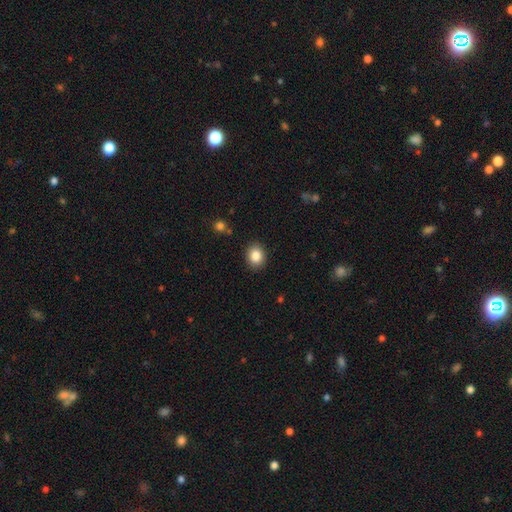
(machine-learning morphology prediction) Smooth or featured? smooth (85%)
How rounded? round (59%)
Merging? none (89%)